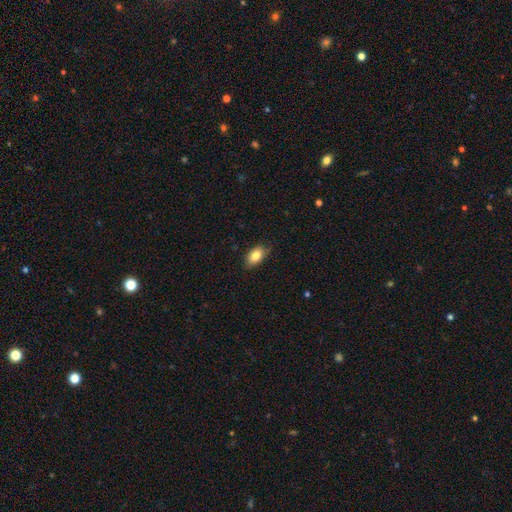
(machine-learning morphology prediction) Smooth or featured: smooth — 84% (featured or disk — 9%)
How rounded: in between — 91% (round — 7%)
Merging: none — 80% (minor disturbance — 17%)